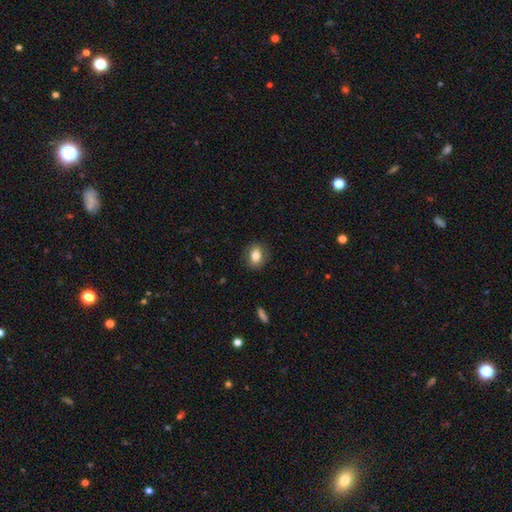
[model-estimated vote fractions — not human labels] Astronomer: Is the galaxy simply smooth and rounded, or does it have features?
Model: smooth — 80%.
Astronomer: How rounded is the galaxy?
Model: in between — 59% (runner-up: round, 40%).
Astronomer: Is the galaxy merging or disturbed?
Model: none — 87%.